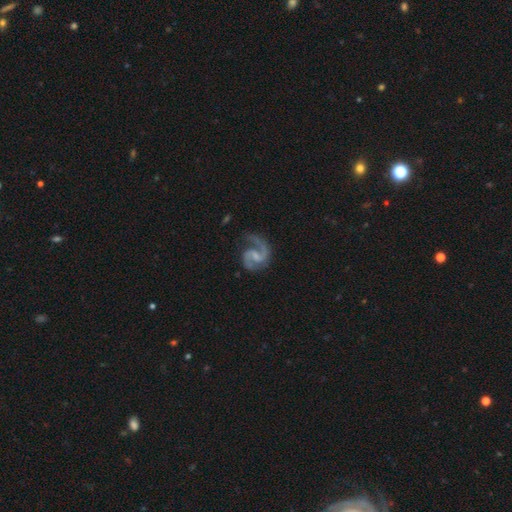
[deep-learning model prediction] featured or disk 90%, smooth 6%, star or artifact 4%. Down the decision tree: edge-on disk — no (98%); bar — weak (54%); spiral arms — yes (97%); spiral arm count — 2 (82%); spiral winding — medium (57%); bulge size — none (42%); merging — none (64%).